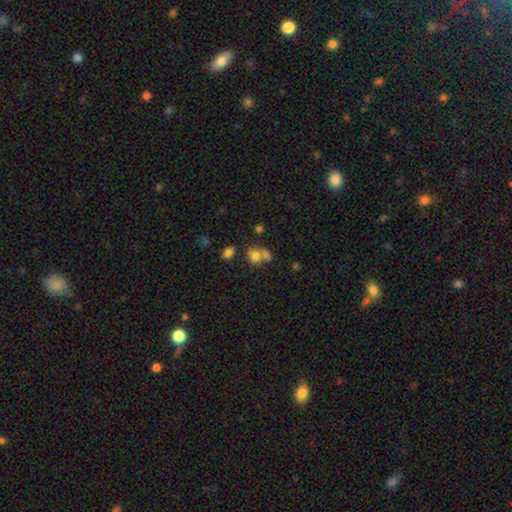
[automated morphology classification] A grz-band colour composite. It shows a smooth galaxy with no disk features (74%) that is round (55%). Merging: merger (50%).